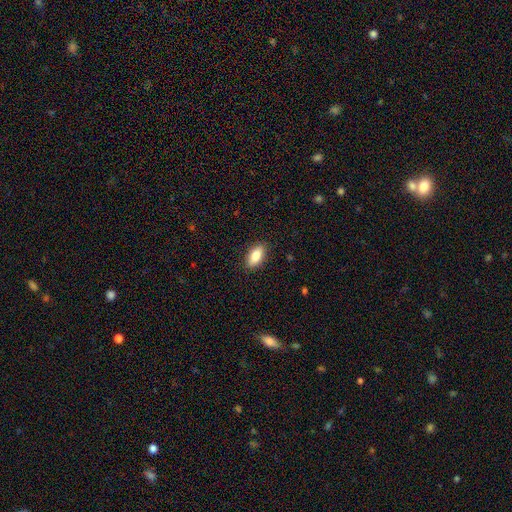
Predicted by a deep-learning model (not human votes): Smooth or featured: smooth — 84% (featured or disk — 10%)
How rounded: in between — 88% (cigar-shaped — 9%)
Merging: none — 88% (minor disturbance — 9%)